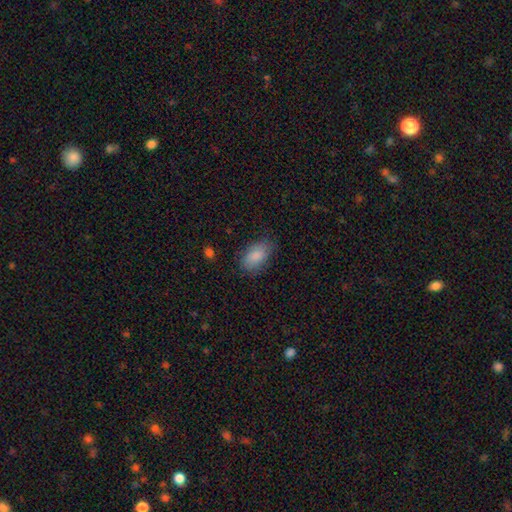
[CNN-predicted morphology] Smooth or featured?
  - smooth: 86% *
  - star or artifact: 7%
  - featured or disk: 7%
How rounded?
  - in between: 92% *
  - round: 6%
  - cigar-shaped: 2%
Merging?
  - none: 75% *
  - minor disturbance: 19%
  - major disturbance: 5%
  - merger: 1%